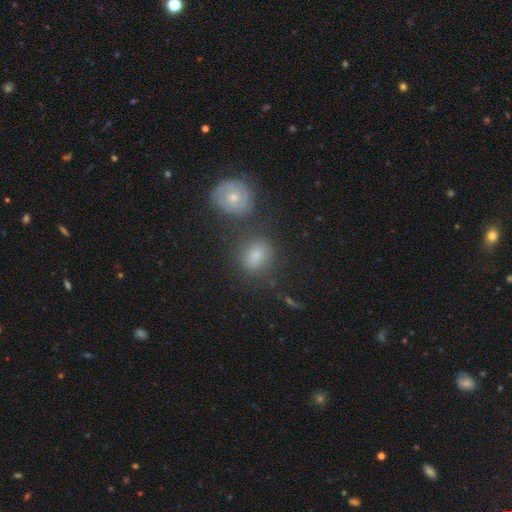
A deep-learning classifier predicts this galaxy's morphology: A smooth galaxy with no disk features (72%) that is round (59%).

Vote fractions:
- Smooth or featured? smooth: 72% / featured or disk: 15% / star or artifact: 13%
- How rounded? round: 59% / in between: 39% / cigar-shaped: 2%
- Merging? none: 66% / minor disturbance: 14% / merger: 14% / major disturbance: 6%